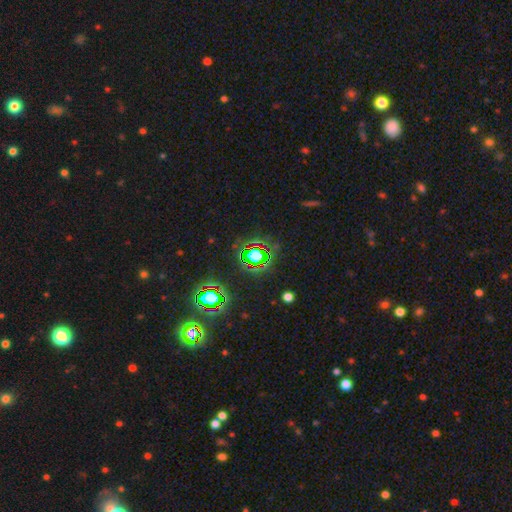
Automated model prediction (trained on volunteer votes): Overall: star or artifact (69%).